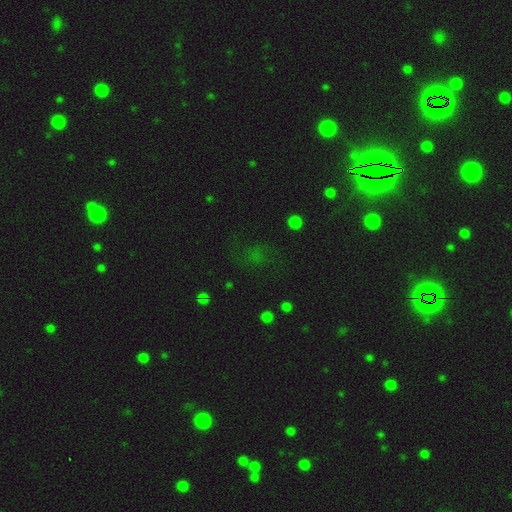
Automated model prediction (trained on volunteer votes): The model was most divided on "smooth or featured": star or artifact: 57%, smooth: 33%, featured or disk: 11%.